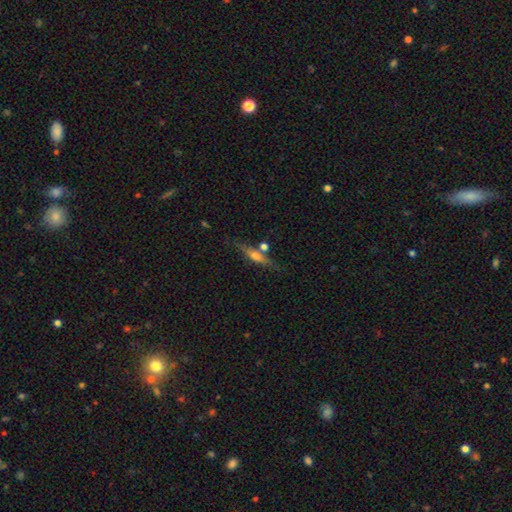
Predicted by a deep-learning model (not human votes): The model was most divided on "smooth or featured": featured or disk: 63%, smooth: 29%, star or artifact: 8%. More confident: edge-on disk — yes (95%); edge-on bulge — rounded (86%); merging — none (74%).